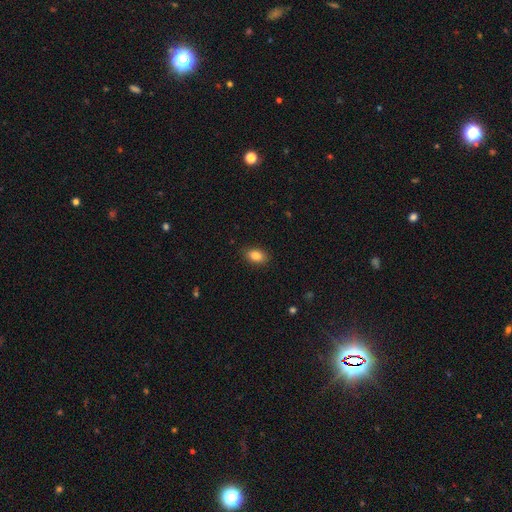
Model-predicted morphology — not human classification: A smooth galaxy with no disk features (85%) that is in between round and cigar-shaped (88%).

Vote fractions:
- Smooth or featured? smooth: 85% / star or artifact: 8% / featured or disk: 7%
- How rounded? in between: 88% / round: 10% / cigar-shaped: 2%
- Merging? none: 88% / minor disturbance: 9% / major disturbance: 2% / merger: 1%